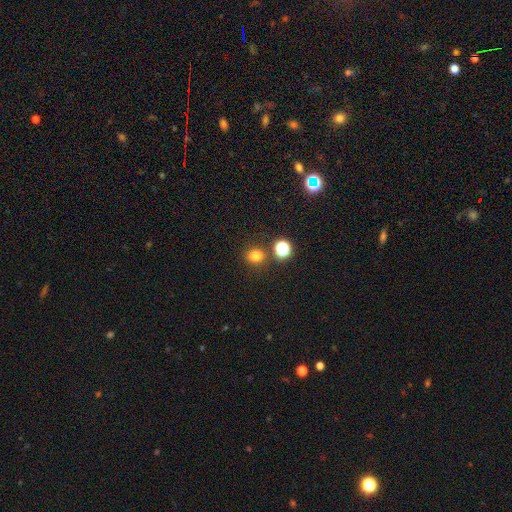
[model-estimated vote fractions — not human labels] Smooth or featured?
  - smooth: 76% *
  - star or artifact: 18%
  - featured or disk: 6%
How rounded?
  - round: 76% *
  - in between: 23%
  - cigar-shaped: 1%
Merging?
  - none: 82% *
  - minor disturbance: 8%
  - merger: 7%
  - major disturbance: 3%